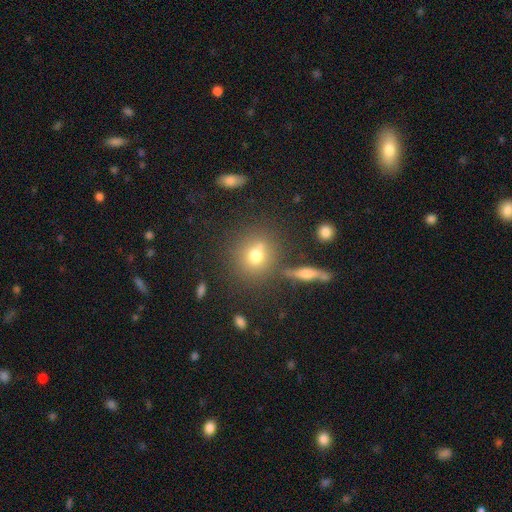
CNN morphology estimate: A smooth galaxy with no disk features (71%) that is round (82%).

Vote fractions:
- Smooth or featured? smooth: 71% / featured or disk: 15% / star or artifact: 14%
- How rounded? round: 82% / in between: 16% / cigar-shaped: 2%
- Merging? none: 70% / merger: 13% / minor disturbance: 12% / major disturbance: 5%